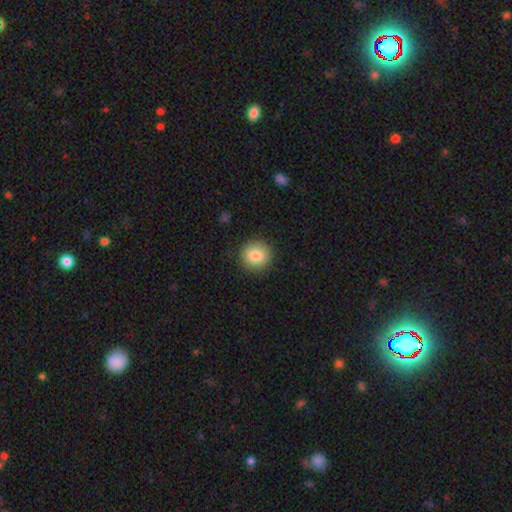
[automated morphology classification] The model was most divided on "smooth or featured": smooth: 84%, star or artifact: 8%, featured or disk: 8%. More confident: how rounded — round (91%); merging — none (90%).